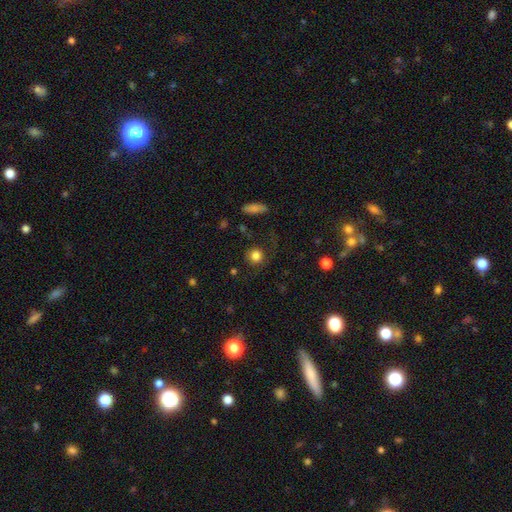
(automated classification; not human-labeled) smooth 82%, star or artifact 11%, featured or disk 7%. Down the decision tree: how rounded — round (90%); merging — none (80%).